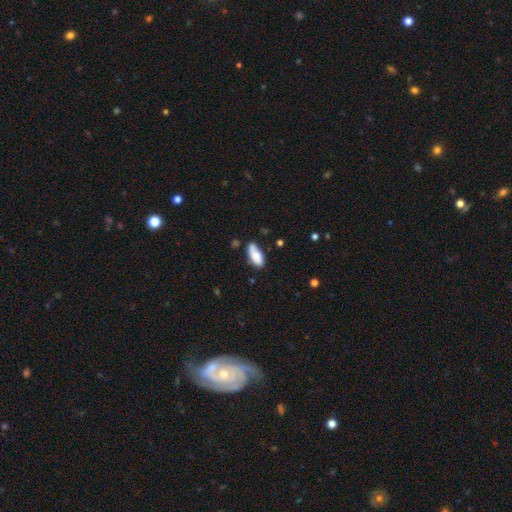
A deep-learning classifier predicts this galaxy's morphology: A smooth galaxy with no disk features (76%) that is in between round and cigar-shaped (85%).

Vote fractions:
- Smooth or featured? smooth: 76% / featured or disk: 16% / star or artifact: 7%
- How rounded? in between: 85% / cigar-shaped: 13% / round: 2%
- Merging? none: 52% / minor disturbance: 30% / major disturbance: 9% / merger: 9%